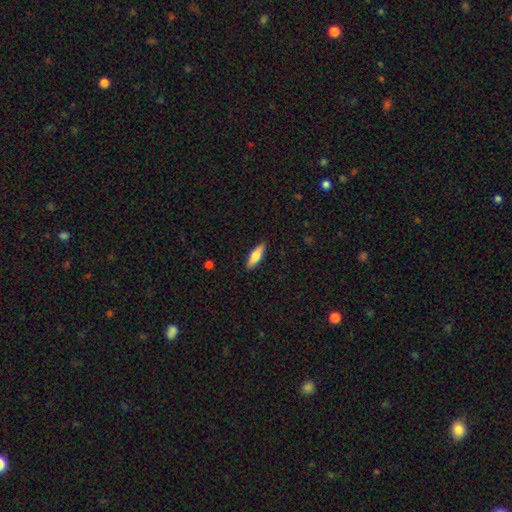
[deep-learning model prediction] Q: Smooth or featured?
A: smooth (66%); runner-up: featured or disk (28%)
Q: How rounded?
A: cigar-shaped (55%); runner-up: in between (43%)
Q: Merging?
A: none (89%); runner-up: minor disturbance (8%)